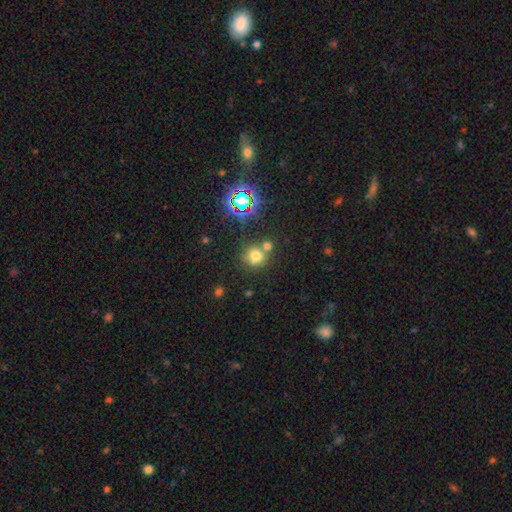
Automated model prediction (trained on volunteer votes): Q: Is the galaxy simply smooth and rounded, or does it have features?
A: smooth — 67%.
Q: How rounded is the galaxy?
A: round — 86%.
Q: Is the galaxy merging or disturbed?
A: none — 57%.